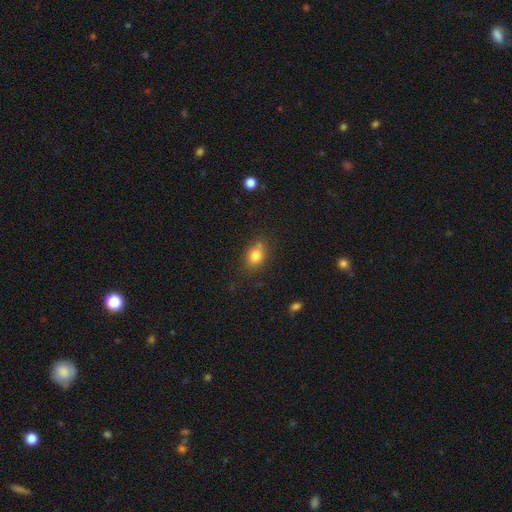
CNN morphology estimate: type=smooth (81%); roundness=in between (60%); merging=none (70%).